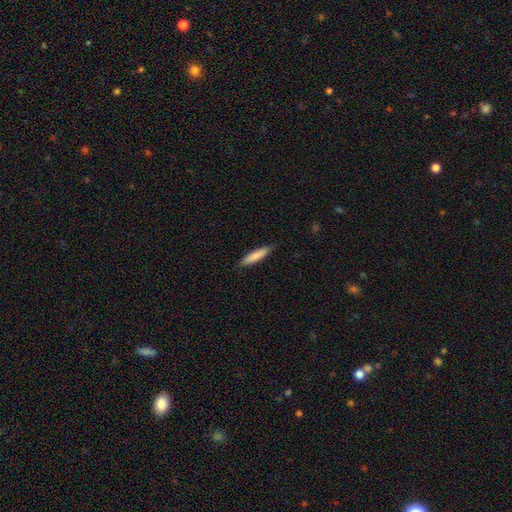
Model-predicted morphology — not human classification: type=smooth (83%); roundness=cigar-shaped (83%); merging=none (86%).